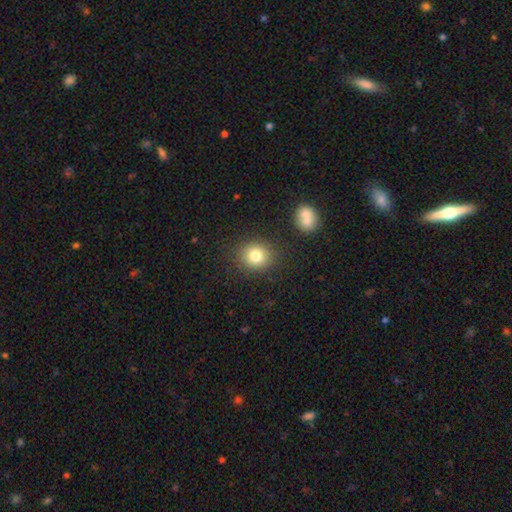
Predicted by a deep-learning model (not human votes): Smooth or featured: smooth — 80% (star or artifact — 12%)
How rounded: round — 79% (in between — 20%)
Merging: none — 85% (minor disturbance — 8%)